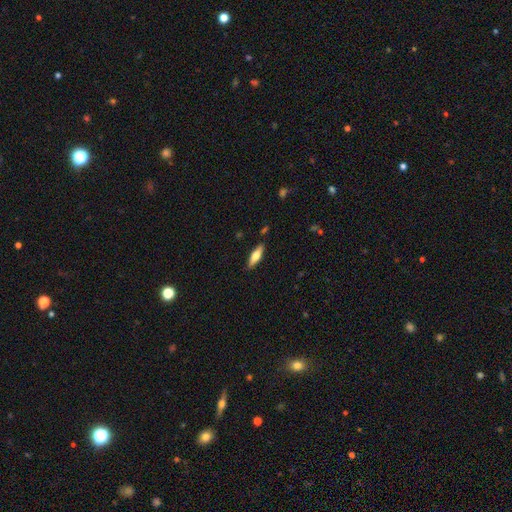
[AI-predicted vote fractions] Smooth or featured? smooth (59%)
How rounded? cigar-shaped (52%)
Merging? none (86%)